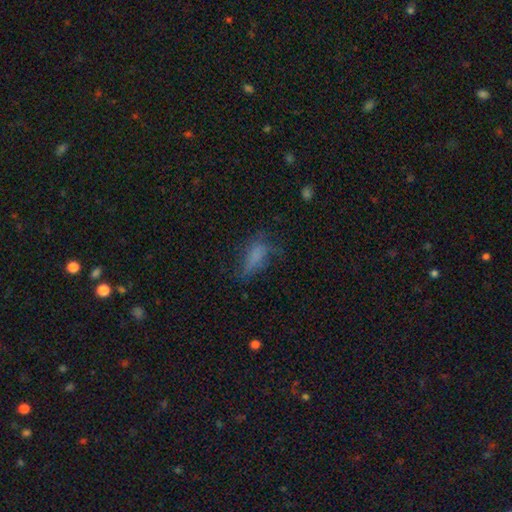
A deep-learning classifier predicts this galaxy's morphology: type=smooth (59%); roundness=in between (72%); merging=none (41%).